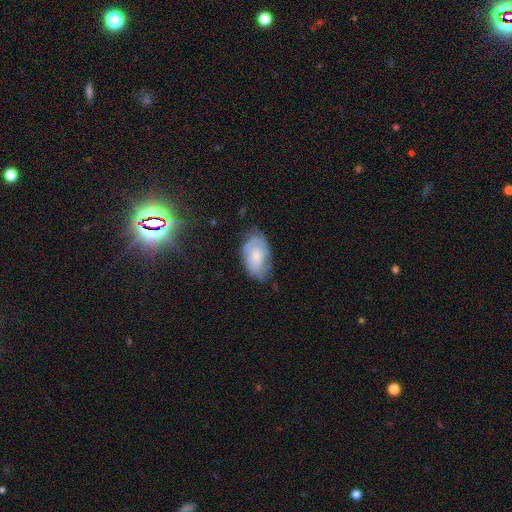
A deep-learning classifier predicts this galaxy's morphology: A smooth galaxy with no disk features (51%) that is in between round and cigar-shaped (92%).

Vote fractions:
- Smooth or featured? smooth: 51% / featured or disk: 41% / star or artifact: 8%
- How rounded? in between: 92% / round: 7% / cigar-shaped: 2%
- Merging? none: 64% / minor disturbance: 27% / major disturbance: 8% / merger: 2%